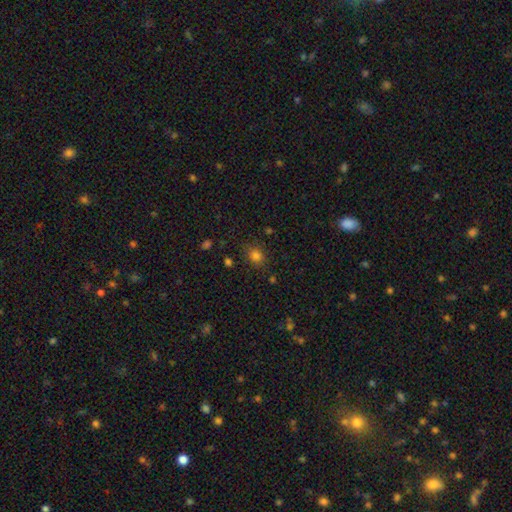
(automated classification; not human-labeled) The model was most divided on "how rounded": round: 63%, in between: 36%, cigar-shaped: 1%. More confident: merging — none (80%); smooth or featured — smooth (78%).